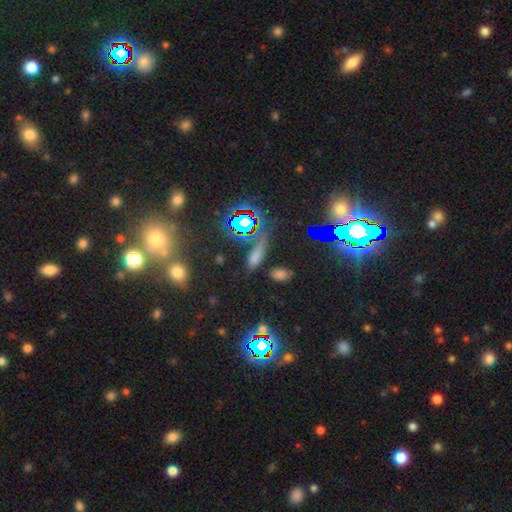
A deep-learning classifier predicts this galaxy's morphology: smooth-or-featured: smooth: 46% | star or artifact: 42% | featured or disk: 12%
  merging: none: 60% | minor disturbance: 18% | major disturbance: 12% | merger: 10%